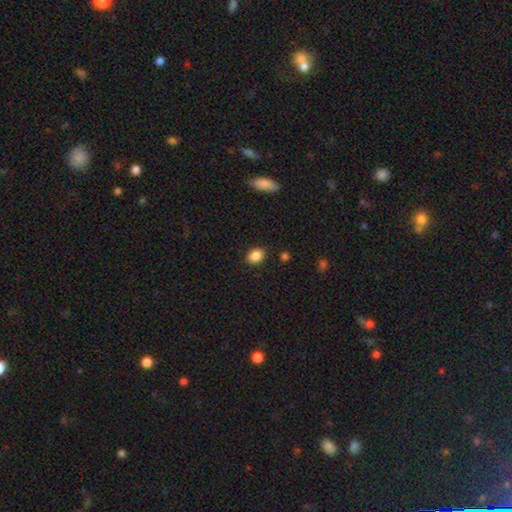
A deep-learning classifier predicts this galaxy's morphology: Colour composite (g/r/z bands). It shows a smooth galaxy with no disk features (87%) that is in between round and cigar-shaped (66%). Merging: none (87%).